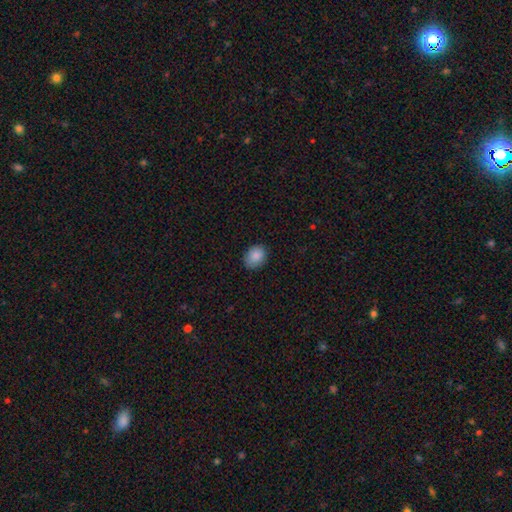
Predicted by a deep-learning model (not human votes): Smooth or featured: smooth — 88% (star or artifact — 8%)
How rounded: in between — 57% (round — 42%)
Merging: none — 82% (minor disturbance — 14%)